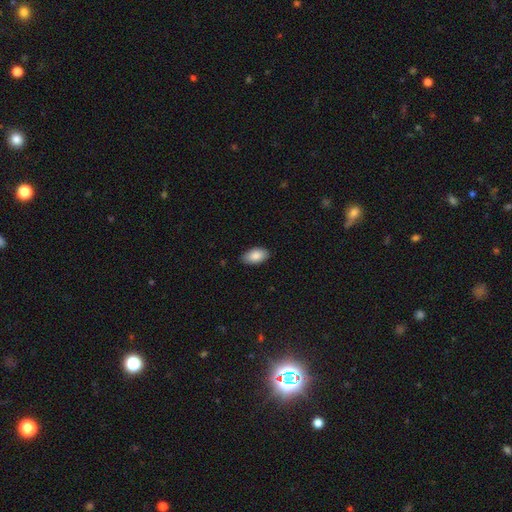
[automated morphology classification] smooth 87%, star or artifact 6%, featured or disk 6%. Down the decision tree: how rounded — in between (95%); merging — none (86%).